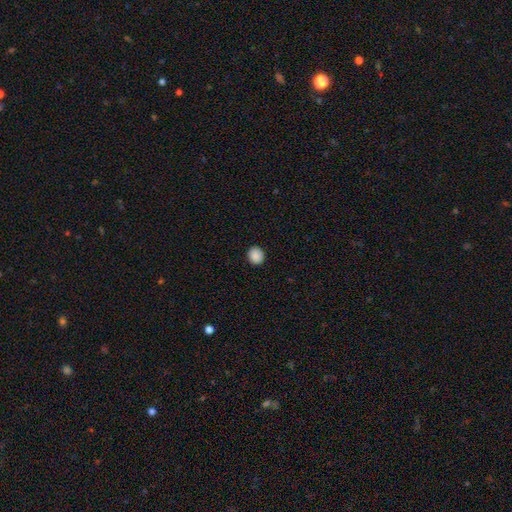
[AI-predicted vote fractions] smooth 89%, star or artifact 9%, featured or disk 2%. Down the decision tree: how rounded — round (85%); merging — none (92%).